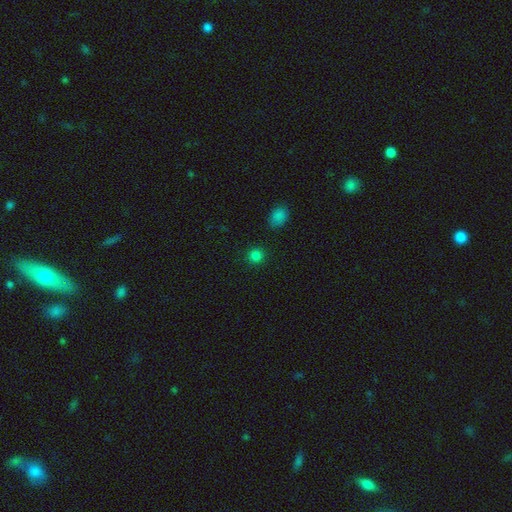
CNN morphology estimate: This is clearly a smooth galaxy (82%). How rounded: clearly round (90%). Merging: clearly none (89%).